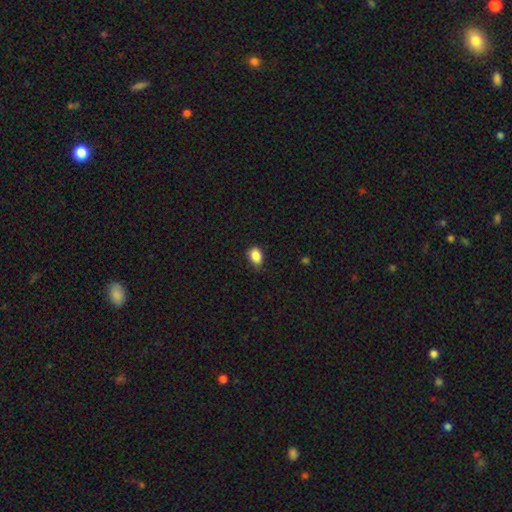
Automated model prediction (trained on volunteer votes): This is clearly a smooth galaxy (87%). How rounded: likely in between (74%). Merging: likely none (69%).